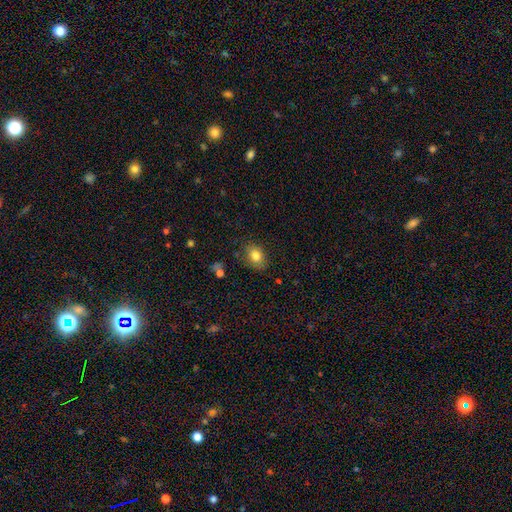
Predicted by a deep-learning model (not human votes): Smooth or featured? smooth (81%)
How rounded? in between (66%)
Merging? none (79%)